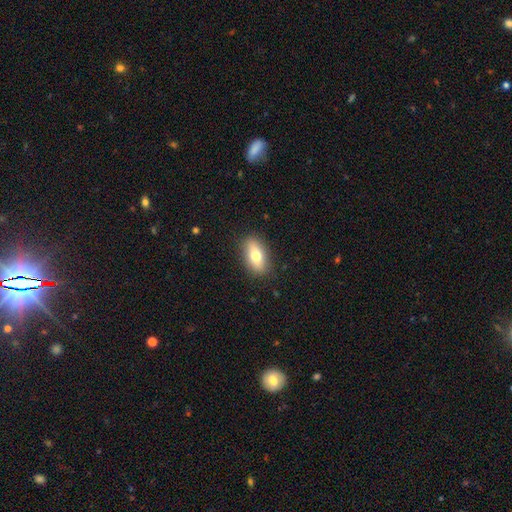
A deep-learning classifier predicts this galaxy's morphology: Q: Smooth or featured?
A: smooth (71%); runner-up: featured or disk (21%)
Q: How rounded?
A: in between (84%); runner-up: round (8%)
Q: Merging?
A: none (87%); runner-up: minor disturbance (10%)